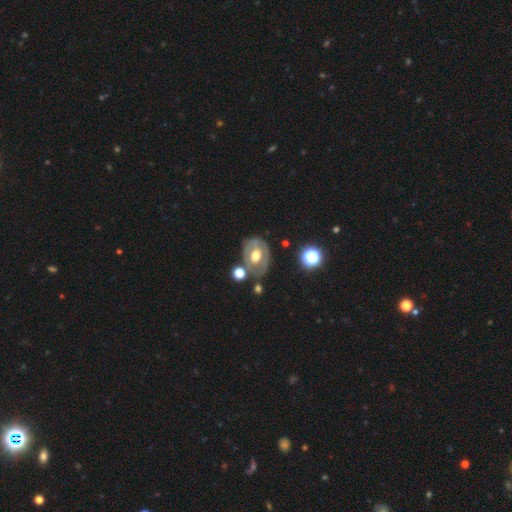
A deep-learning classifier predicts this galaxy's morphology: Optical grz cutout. It shows a featured or disk galaxy (66%) with no bar (66%), no spiral arms (63%) and a moderate central bulge (65%). Merging: none (61%).